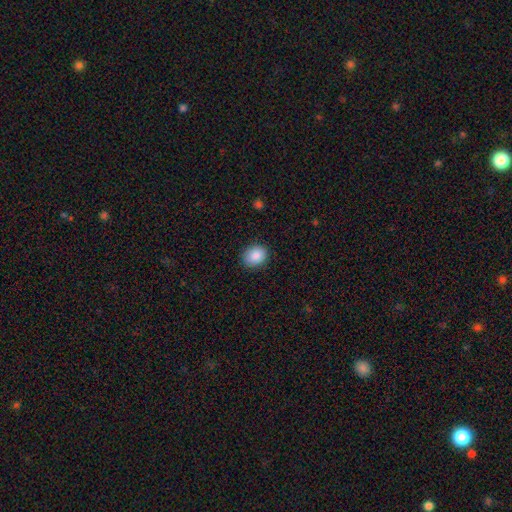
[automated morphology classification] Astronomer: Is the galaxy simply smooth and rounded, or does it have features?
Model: smooth — 88%.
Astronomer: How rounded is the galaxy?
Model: round — 57% (runner-up: in between, 42%).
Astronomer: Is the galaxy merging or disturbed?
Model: none — 88%.